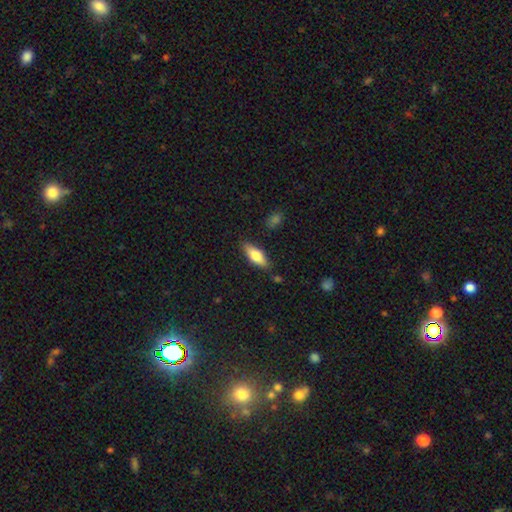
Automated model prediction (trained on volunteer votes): Smooth or featured?
  - smooth: 70% *
  - featured or disk: 24%
  - star or artifact: 6%
How rounded?
  - in between: 69% *
  - cigar-shaped: 28%
  - round: 3%
Merging?
  - none: 82% *
  - minor disturbance: 13%
  - major disturbance: 3%
  - merger: 2%